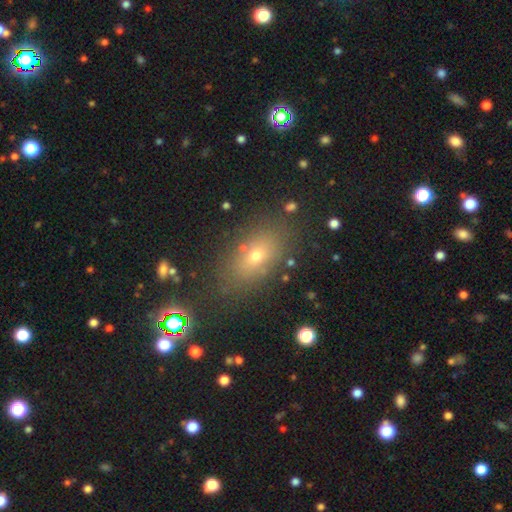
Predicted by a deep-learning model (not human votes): Smooth or featured?
  - smooth: 61% *
  - star or artifact: 22%
  - featured or disk: 17%
How rounded?
  - in between: 76% *
  - round: 19%
  - cigar-shaped: 5%
Merging?
  - none: 81% *
  - minor disturbance: 11%
  - major disturbance: 4%
  - merger: 3%